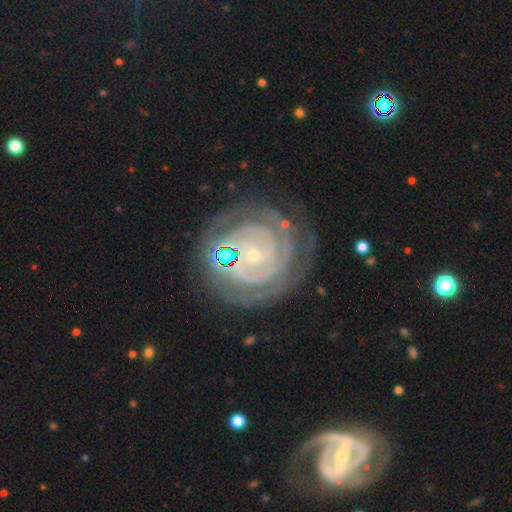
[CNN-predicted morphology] featured or disk 86%, smooth 7%, star or artifact 7%. Down the decision tree: edge-on disk — no (97%); bar — no (71%); spiral arms — yes (95%); spiral arm count — can't tell (27%); spiral winding — tight (84%); bulge size — small (83%); merging — none (71%).